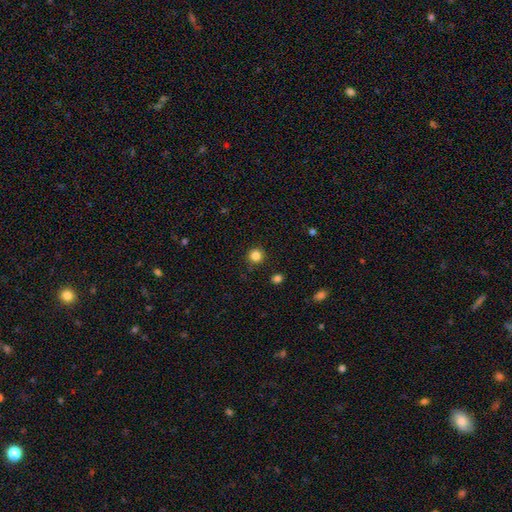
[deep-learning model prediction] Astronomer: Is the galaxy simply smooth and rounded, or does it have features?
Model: smooth — 84%.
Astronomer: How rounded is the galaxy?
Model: round — 94%.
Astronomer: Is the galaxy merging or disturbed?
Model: none — 90%.